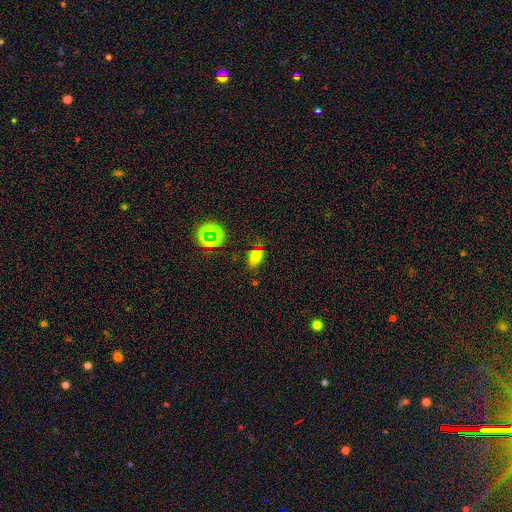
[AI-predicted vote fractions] Smooth or featured: smooth — 71% (star or artifact — 18%)
How rounded: in between — 83% (round — 12%)
Merging: none — 71% (minor disturbance — 20%)